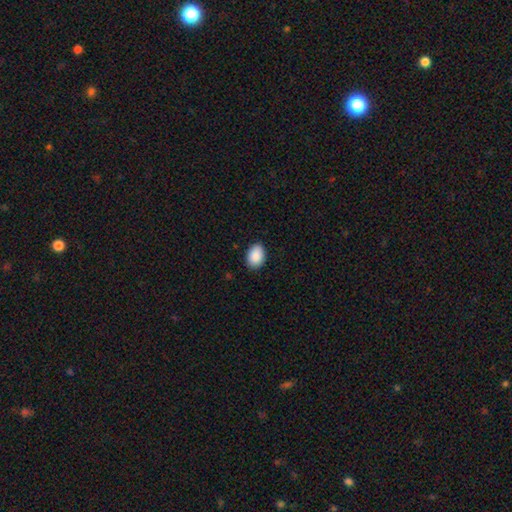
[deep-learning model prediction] Smooth or featured: smooth — 90% (star or artifact — 7%)
How rounded: in between — 80% (round — 19%)
Merging: none — 86% (minor disturbance — 11%)